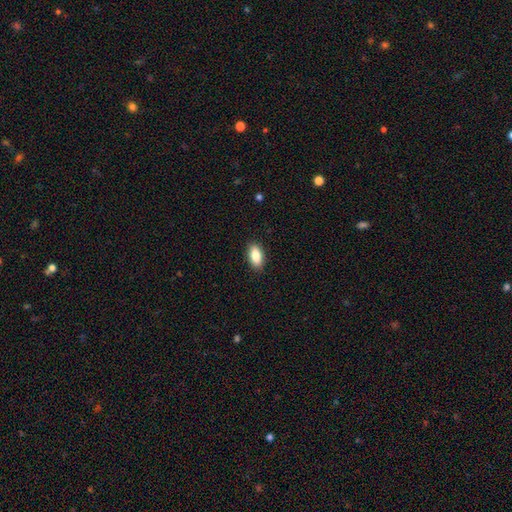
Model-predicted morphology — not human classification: A smooth galaxy with no disk features (85%) that is in between round and cigar-shaped (90%). Merging: none (89%).